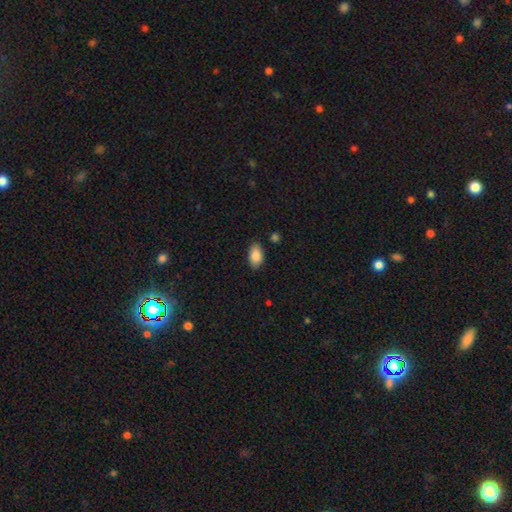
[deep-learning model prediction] This appears to be a smooth galaxy with no disk features (88%) that is in between round and cigar-shaped (93%). Merging: none (82%).